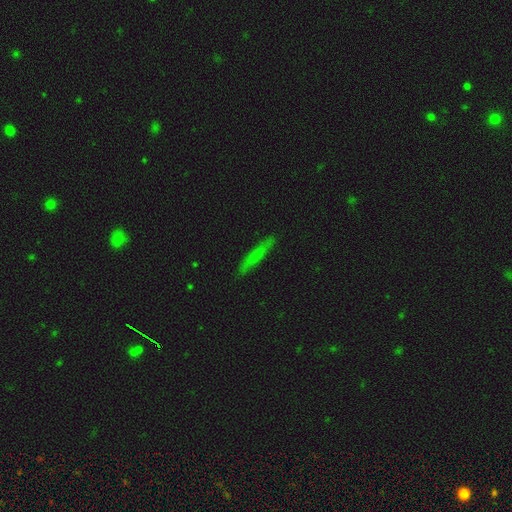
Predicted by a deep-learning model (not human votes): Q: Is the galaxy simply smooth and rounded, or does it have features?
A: smooth — 60%.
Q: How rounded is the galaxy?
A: cigar-shaped — 92%.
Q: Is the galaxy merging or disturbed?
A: none — 87%.